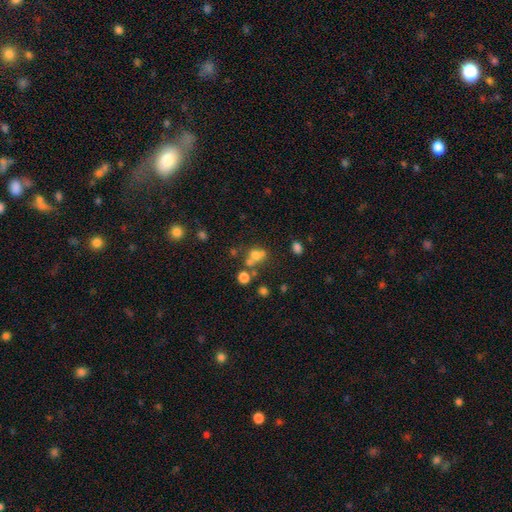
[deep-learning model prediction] Q: Smooth or featured?
A: smooth (63%); runner-up: featured or disk (19%)
Q: How rounded?
A: round (61%); runner-up: in between (38%)
Q: Merging?
A: merger (41%); runner-up: none (40%)